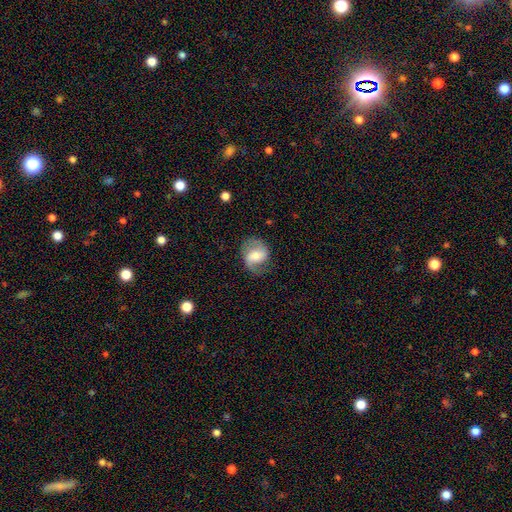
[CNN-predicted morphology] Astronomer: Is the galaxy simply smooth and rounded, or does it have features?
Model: featured or disk — 65%.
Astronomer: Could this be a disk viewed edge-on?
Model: no — 97%.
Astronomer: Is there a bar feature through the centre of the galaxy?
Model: weak — 43% (runner-up: no, 35%).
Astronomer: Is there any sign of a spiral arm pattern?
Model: yes — 90%.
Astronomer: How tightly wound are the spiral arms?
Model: loose — 42%, tied with medium at 42%.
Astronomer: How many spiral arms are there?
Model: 2 — 82%.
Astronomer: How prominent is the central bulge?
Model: moderate — 54% (runner-up: small, 31%).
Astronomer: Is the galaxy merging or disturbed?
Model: none — 70%.